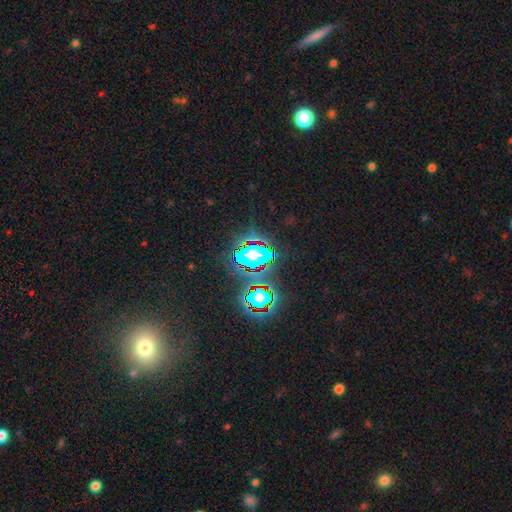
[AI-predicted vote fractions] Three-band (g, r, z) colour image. It shows a star or artifact, not a galaxy (80%).